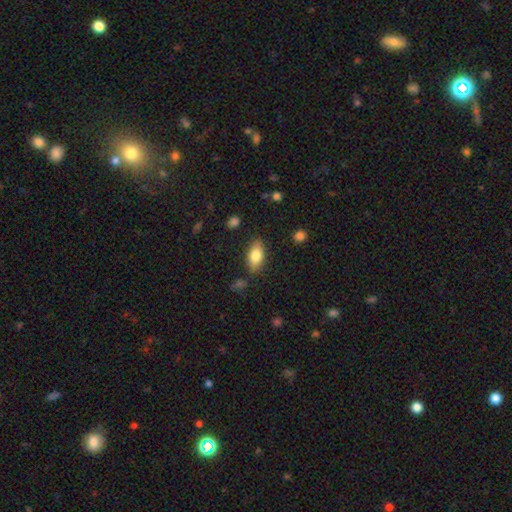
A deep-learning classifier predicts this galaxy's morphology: The model was most divided on "smooth or featured": smooth: 80%, featured or disk: 14%, star or artifact: 7%. More confident: how rounded — in between (90%); merging — none (83%).